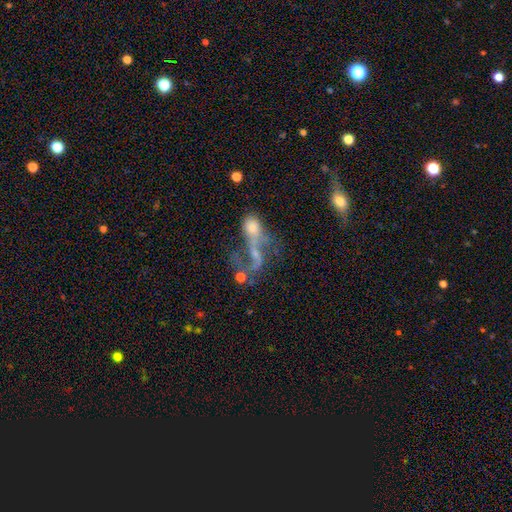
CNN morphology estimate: The model was most divided on "bulge size": small: 36%, none: 34%, moderate: 23%, large: 5%, dominant: 2%. Remaining: edge-on disk — no (95%); bar — no (61%); smooth or featured — featured or disk (60%); spiral arms — yes (55%); merging — merger (49%).